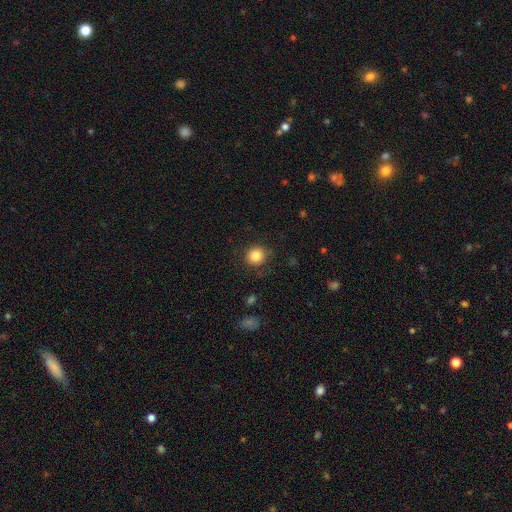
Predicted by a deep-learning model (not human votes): A smooth galaxy with no disk features (85%) that is round (88%). Merging: none (84%).